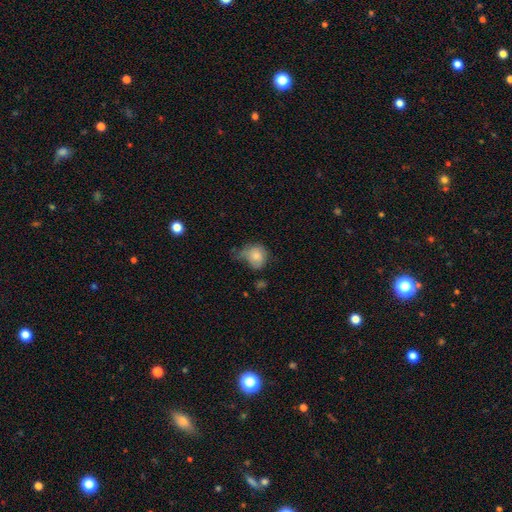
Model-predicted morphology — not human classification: smooth_or_featured: smooth (p=0.78) [alt: featured or disk p=0.14]
how_rounded: round (p=0.66) [alt: in between p=0.33]
merging: minor disturbance (p=0.38) [alt: none p=0.34]